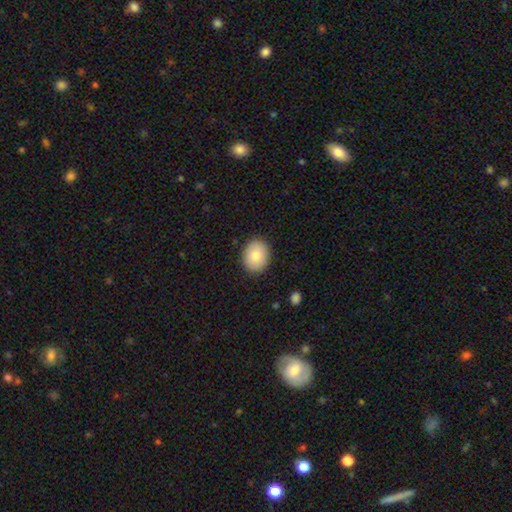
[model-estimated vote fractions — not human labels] smooth 84%, featured or disk 9%, star or artifact 7%. Down the decision tree: how rounded — in between (52%); merging — none (89%).